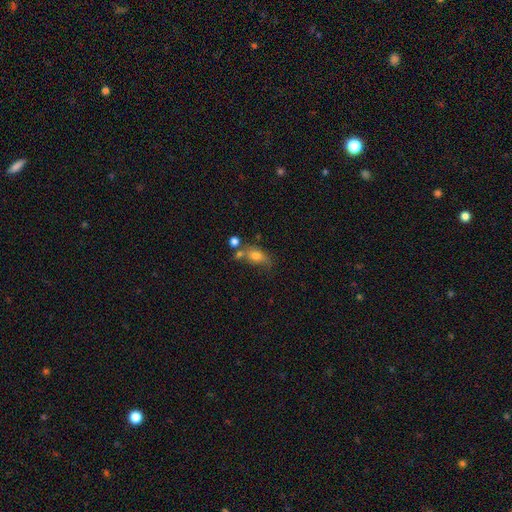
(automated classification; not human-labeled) Smooth or featured: smooth — 72% (featured or disk — 17%)
How rounded: in between — 77% (round — 18%)
Merging: none — 44% (merger — 23%)